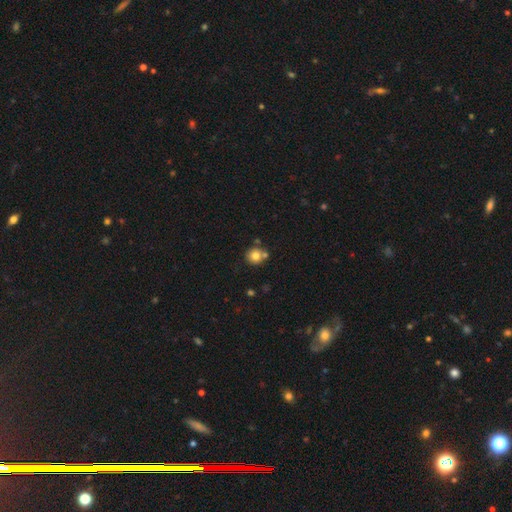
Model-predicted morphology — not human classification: This appears to be a smooth galaxy with no disk features (78%) that is round (87%). Merging: none (66%).